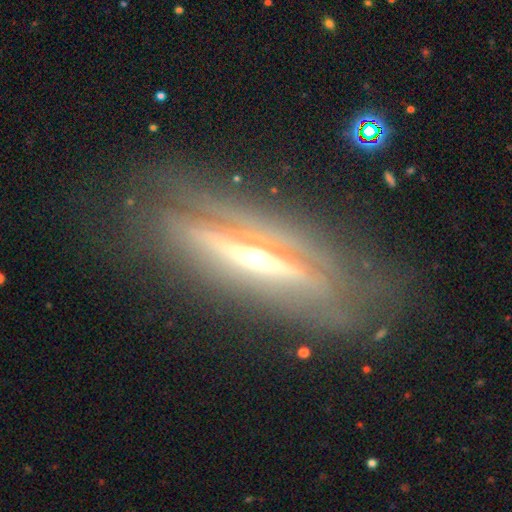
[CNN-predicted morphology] This is clearly a featured or disk galaxy (81%). It is clearly viewed edge-on (82%). Edge-on bulge: clearly rounded (86%). Merging: likely none (69%).